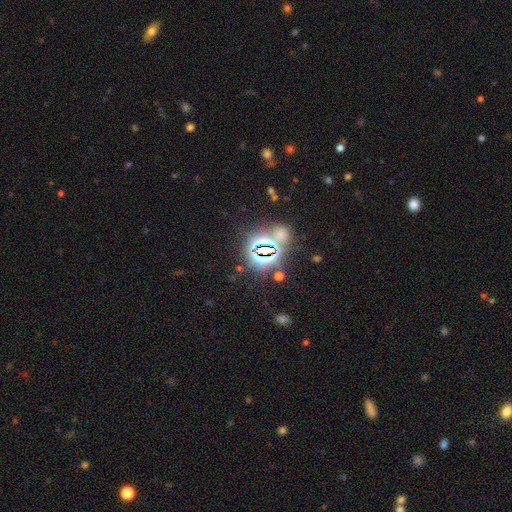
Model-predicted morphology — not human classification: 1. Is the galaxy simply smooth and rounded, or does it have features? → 78% star or artifact, 14% smooth, 8% featured or disk.